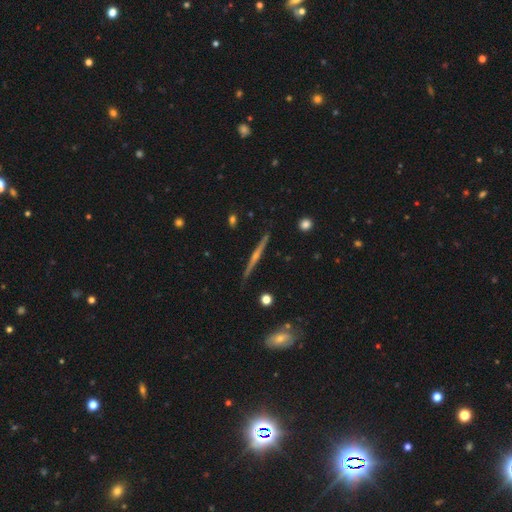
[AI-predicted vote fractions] The model was most divided on "edge-on bulge": rounded: 78%, none: 16%, boxy: 6%. More confident: edge-on disk — yes (98%); merging — none (90%); smooth or featured — featured or disk (80%).